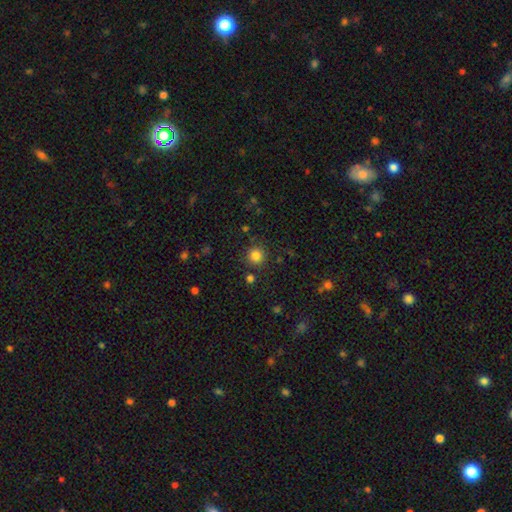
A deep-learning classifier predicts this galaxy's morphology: This appears to be a smooth galaxy with no disk features (83%) that is round (93%). Merging: none (86%).